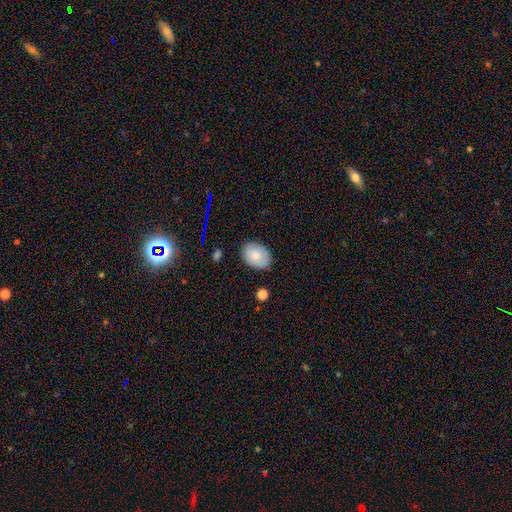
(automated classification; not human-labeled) Smooth or featured? Predicted: smooth (p=0.79). How rounded? Predicted: in between (p=0.82). Merging? Predicted: none (p=0.83).